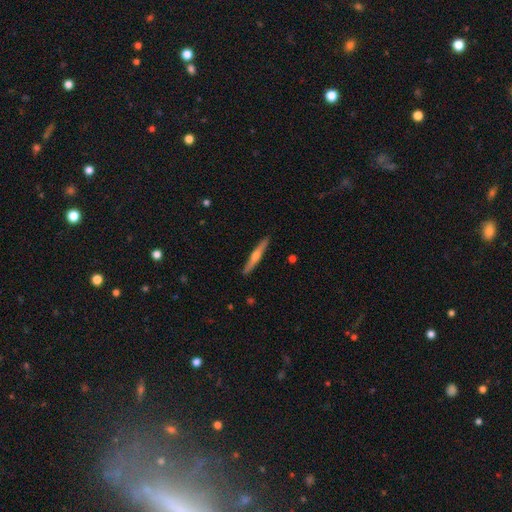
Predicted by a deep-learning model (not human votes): Smooth or featured: featured or disk — 57% (smooth — 38%)
Edge-on disk: yes — 97% (no — 3%)
Edge-on bulge: rounded — 83% (none — 12%)
Merging: none — 90% (minor disturbance — 7%)